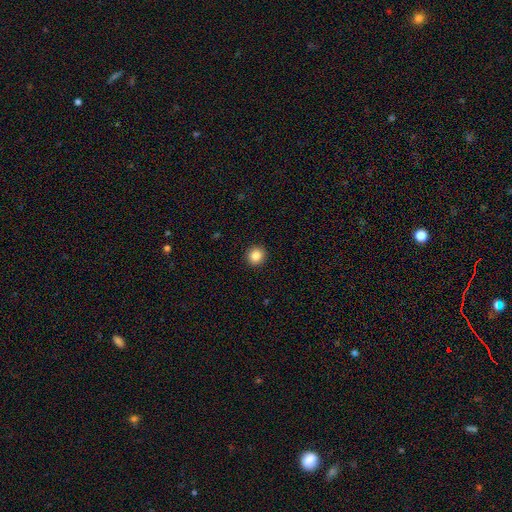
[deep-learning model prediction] Q: Smooth or featured?
A: smooth (85%); runner-up: star or artifact (10%)
Q: How rounded?
A: round (90%); runner-up: in between (9%)
Q: Merging?
A: none (93%); runner-up: minor disturbance (4%)